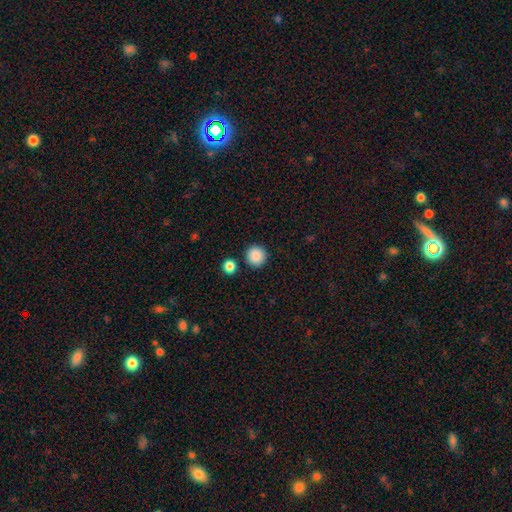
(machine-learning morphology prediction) Smooth or featured: smooth — 88% (star or artifact — 9%)
How rounded: round — 95% (in between — 4%)
Merging: none — 89% (minor disturbance — 6%)